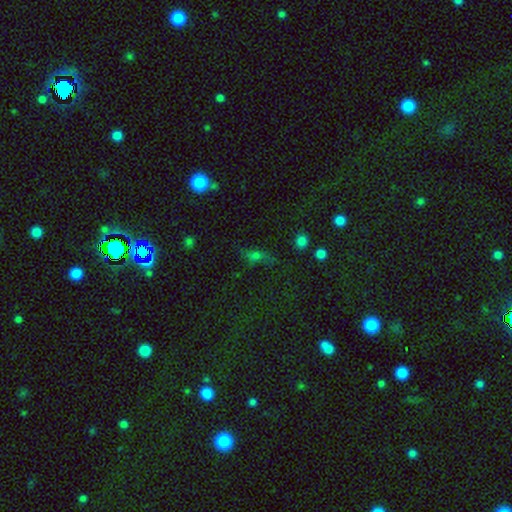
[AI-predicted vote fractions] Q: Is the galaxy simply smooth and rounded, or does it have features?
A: smooth — 49%.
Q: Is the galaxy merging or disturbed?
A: none — 60%.